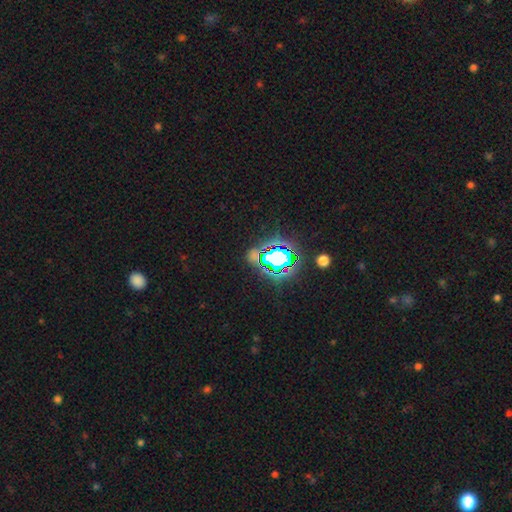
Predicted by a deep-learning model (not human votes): Smooth or featured?
  - star or artifact: 71% *
  - smooth: 17%
  - featured or disk: 12%